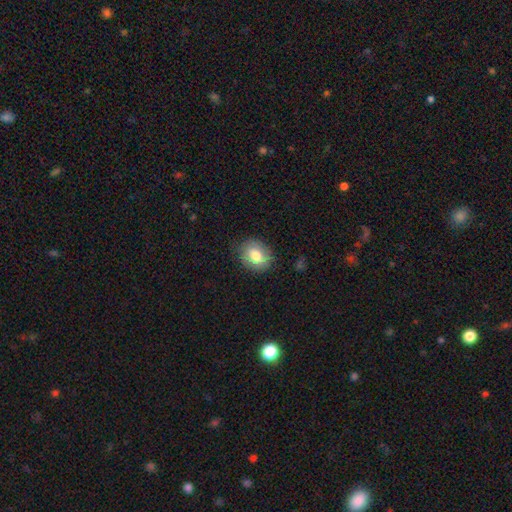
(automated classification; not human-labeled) Morphology: type=smooth (75%); roundness=round (52%); merging=none (80%).